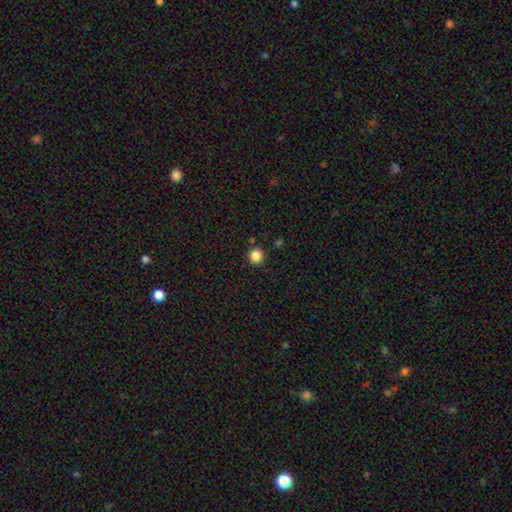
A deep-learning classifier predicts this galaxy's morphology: This appears to be a smooth galaxy with no disk features (85%) that is round (94%). Merging: none (90%).